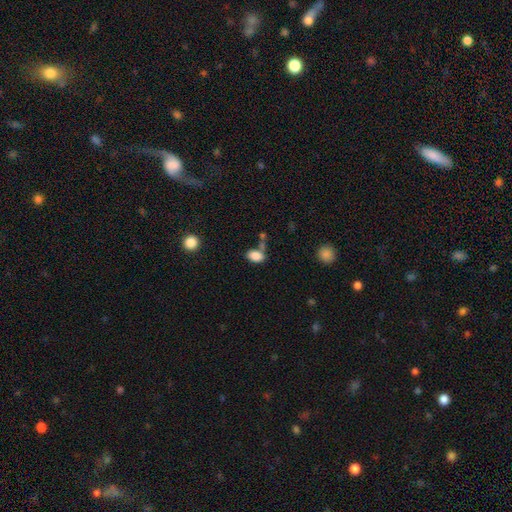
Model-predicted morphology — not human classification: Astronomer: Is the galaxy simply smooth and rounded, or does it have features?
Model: smooth — 85%.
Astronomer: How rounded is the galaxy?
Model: in between — 87%.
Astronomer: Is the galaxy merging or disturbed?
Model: none — 51%.